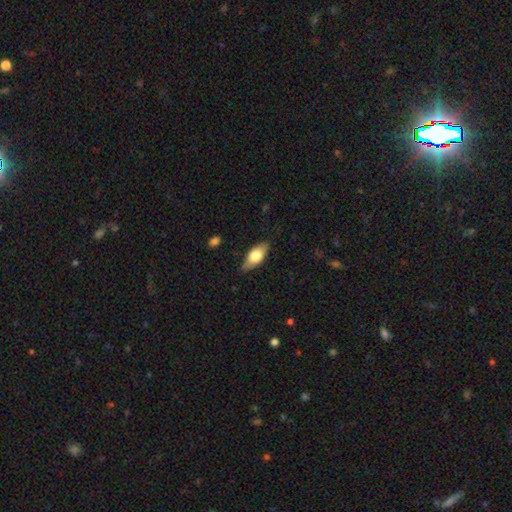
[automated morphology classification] smooth_or_featured: smooth (p=0.68) [alt: featured or disk p=0.26]
how_rounded: in between (p=0.84) [alt: cigar-shaped p=0.12]
merging: none (p=0.81) [alt: minor disturbance p=0.15]